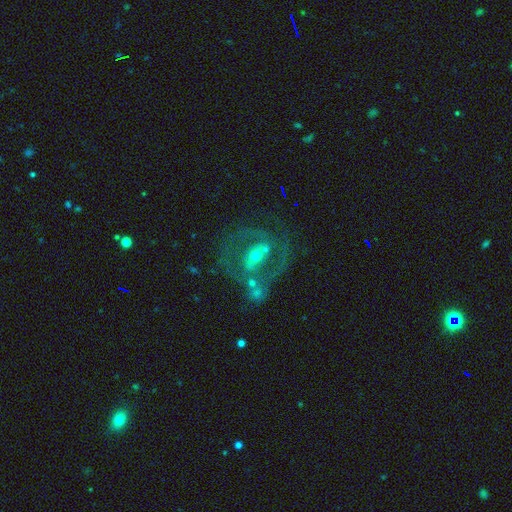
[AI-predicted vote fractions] Smooth or featured: featured or disk — 77% (smooth — 15%)
Edge-on disk: no — 96% (yes — 4%)
Bar: no — 37% (weak — 35%)
Spiral arms: yes — 62% (no — 38%)
Bulge size: moderate — 56% (small — 37%)
Merging: none — 53% (minor disturbance — 18%)